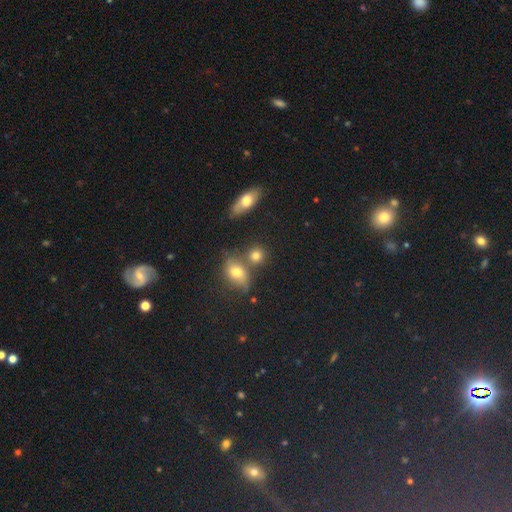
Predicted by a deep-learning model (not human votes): Morphology: type=smooth (77%); roundness=round (71%); merging=none (61%).